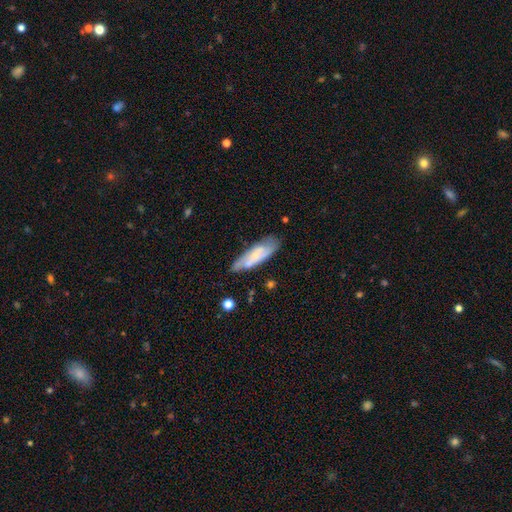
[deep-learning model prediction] smooth_or_featured: smooth (p=0.47) [alt: featured or disk p=0.46]
merging: none (p=0.67) [alt: minor disturbance p=0.23]